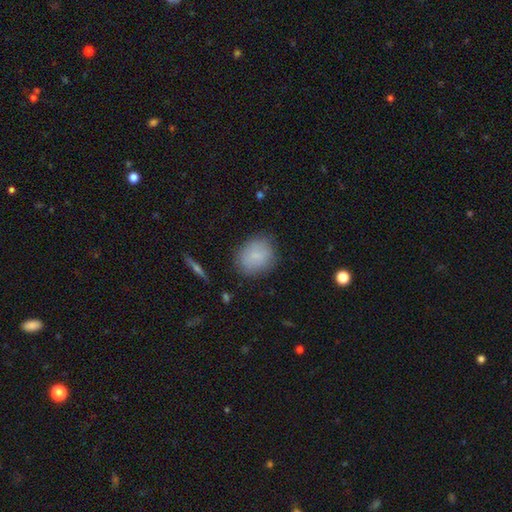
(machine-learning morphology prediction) Overall: smooth (80%). How rounded: round (53%; in between 45%). Merging: none (80%).